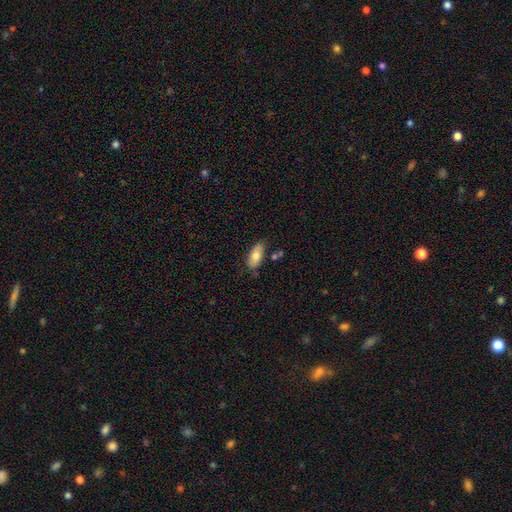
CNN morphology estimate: This appears to be a smooth galaxy with no disk features (74%) that is in between round and cigar-shaped (89%). Merging: none (72%).